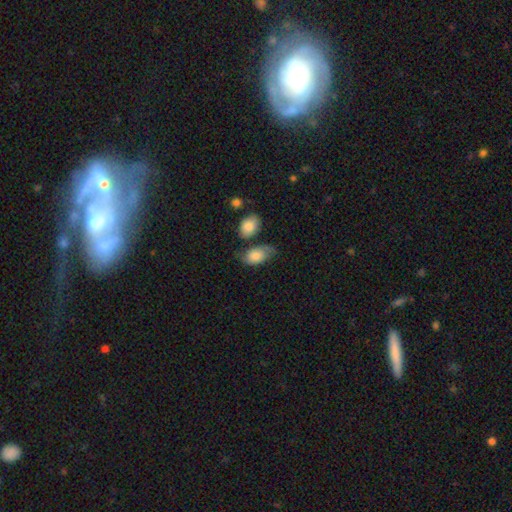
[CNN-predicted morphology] A smooth galaxy with no disk features (74%) that is in between round and cigar-shaped (88%). Merging: none (44%).